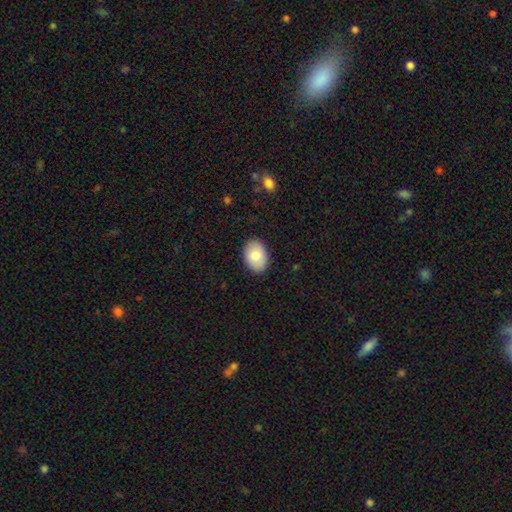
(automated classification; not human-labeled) Overall: smooth (85%). How rounded: in between (86%). Merging: none (88%).